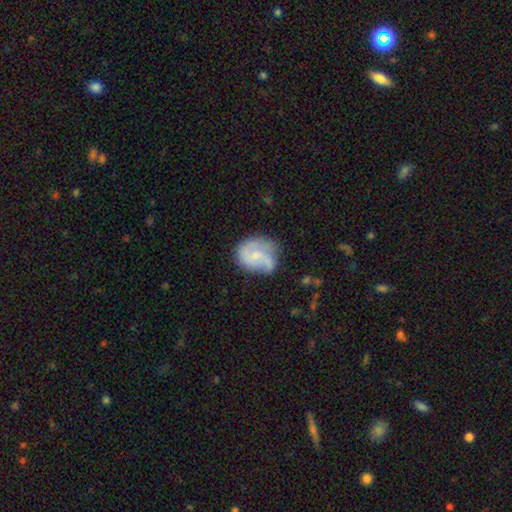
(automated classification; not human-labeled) Smooth or featured? featured or disk (65%)
Edge-on disk? no (98%)
Bar? no (50%)
Spiral arms? yes (88%)
Spiral winding? medium (44%)
Spiral arm count? 2 (62%)
Bulge size? small (56%)
Merging? none (51%)